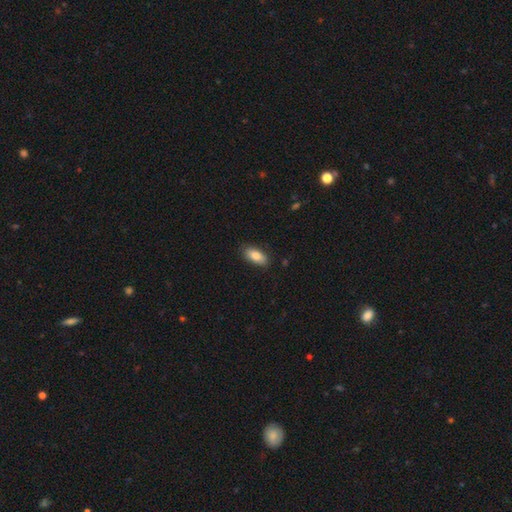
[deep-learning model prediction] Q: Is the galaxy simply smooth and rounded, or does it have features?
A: smooth — 83%.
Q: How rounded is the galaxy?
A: in between — 89%.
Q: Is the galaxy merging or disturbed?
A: none — 86%.